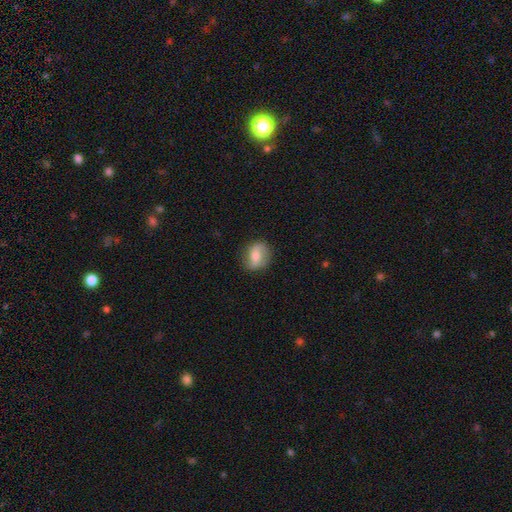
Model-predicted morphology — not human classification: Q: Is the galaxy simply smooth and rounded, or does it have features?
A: featured or disk — 47%.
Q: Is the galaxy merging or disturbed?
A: none — 80%.